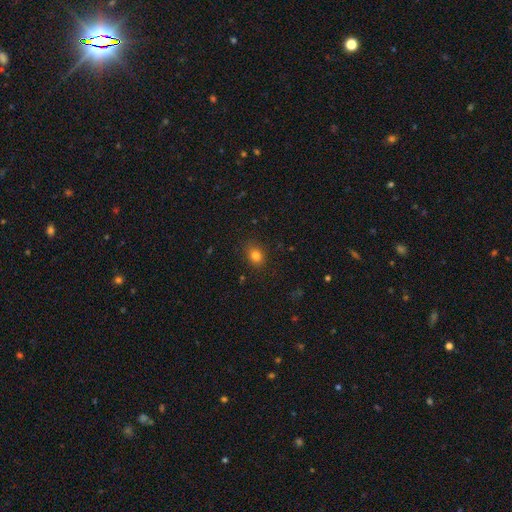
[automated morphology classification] Overall: smooth (82%). How rounded: in between (50%; round 49%). Merging: none (84%).